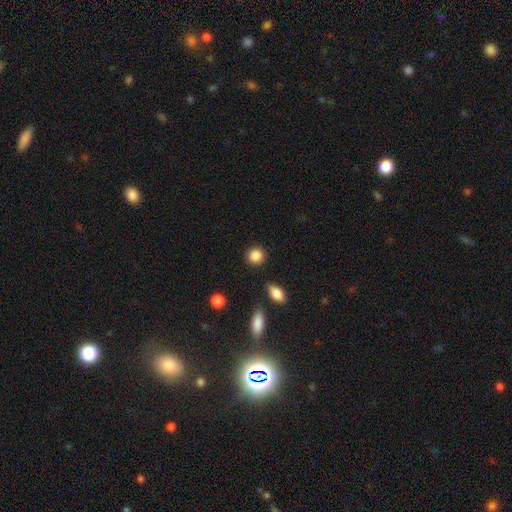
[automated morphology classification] type=smooth (88%); roundness=round (84%); merging=none (87%).